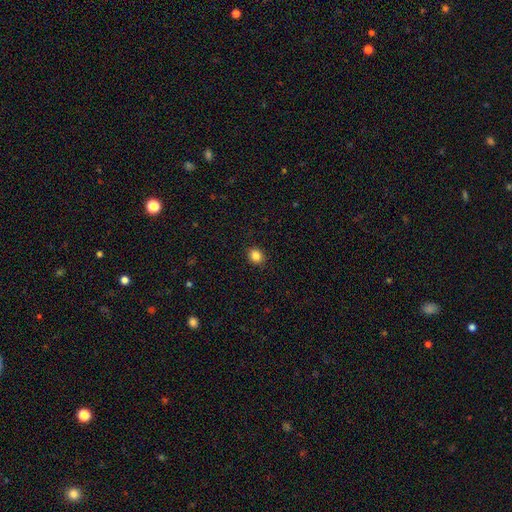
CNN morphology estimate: A smooth galaxy with no disk features (85%) that is round (73%). Merging: none (91%).